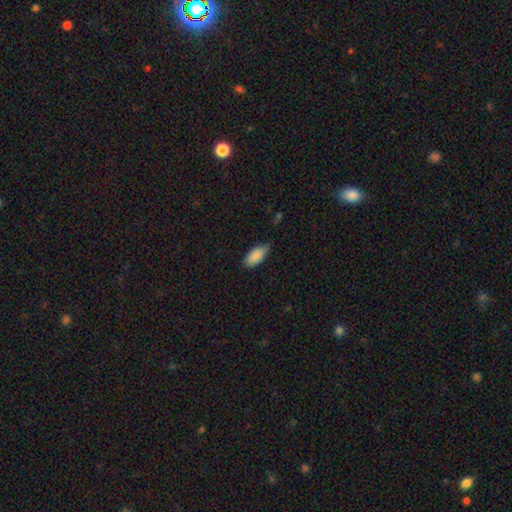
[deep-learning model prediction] Smooth or featured: smooth — 89% (star or artifact — 6%)
How rounded: in between — 90% (cigar-shaped — 8%)
Merging: none — 72% (minor disturbance — 24%)